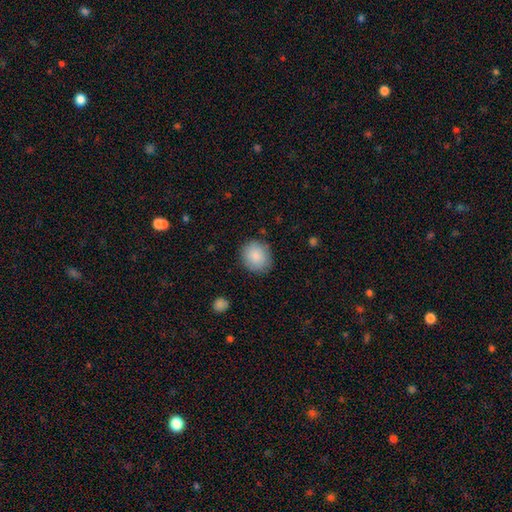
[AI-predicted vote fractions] smooth_or_featured: smooth (p=0.87) [alt: star or artifact p=0.07]
how_rounded: round (p=0.71) [alt: in between p=0.28]
merging: none (p=0.84) [alt: minor disturbance p=0.12]